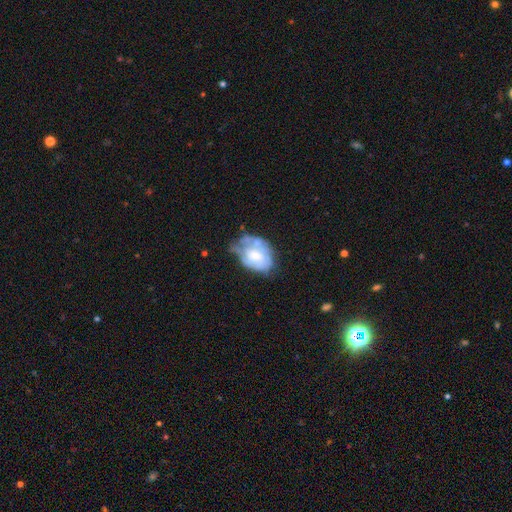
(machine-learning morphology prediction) This is possibly a featured or disk galaxy (56%). It is clearly not viewed edge-on (97%). Bar: likely no (69%). Spiral arm pattern: possibly no (56%). Central bulge: possibly moderate (50%). Merging: marginally minor disturbance (37%).